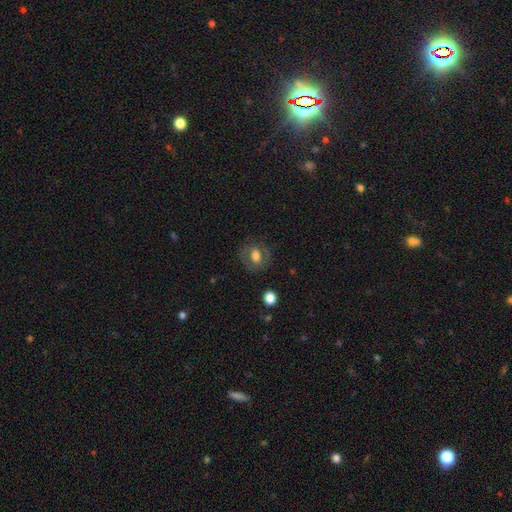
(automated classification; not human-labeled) The model was most divided on "how rounded": round: 52%, in between: 46%, cigar-shaped: 2%. More confident: merging — none (77%); smooth or featured — smooth (59%).